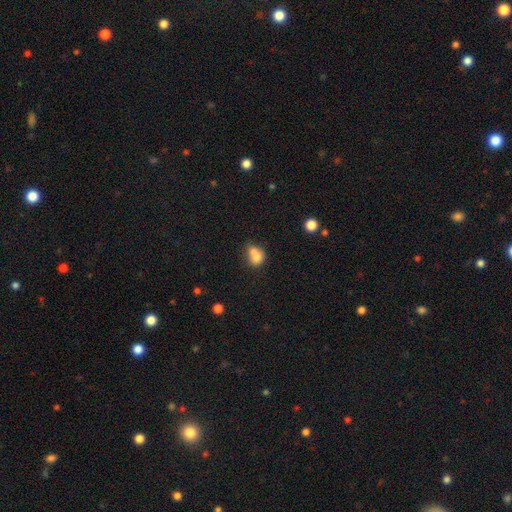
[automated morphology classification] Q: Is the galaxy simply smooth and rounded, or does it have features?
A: smooth — 74%.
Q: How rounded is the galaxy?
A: round — 62%.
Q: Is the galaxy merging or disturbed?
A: merger — 59%.